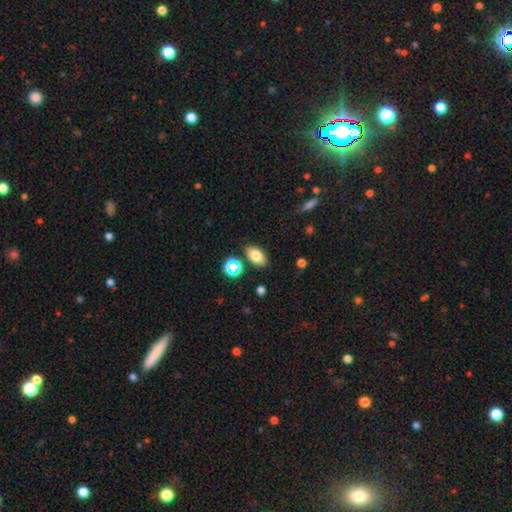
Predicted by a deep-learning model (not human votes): This is likely a smooth galaxy (75%). How rounded: clearly in between (88%). Merging: clearly none (82%).